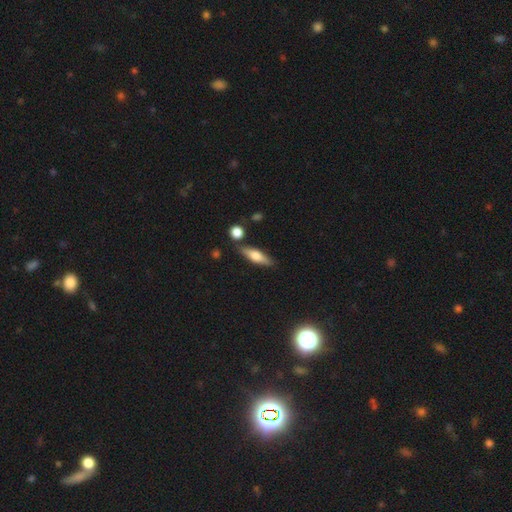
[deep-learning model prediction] A smooth galaxy with no disk features (51%) that is cigar-shaped (57%). Merging: none (81%).